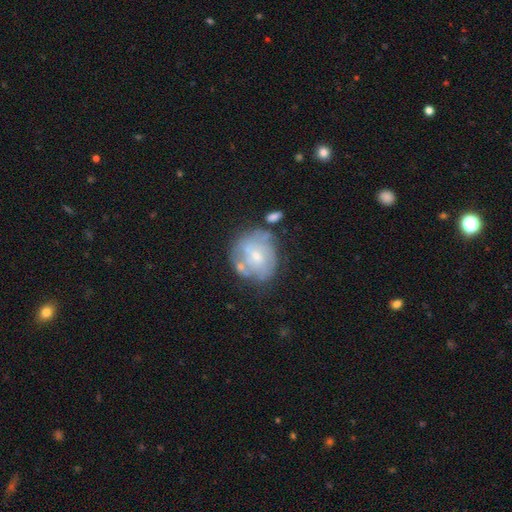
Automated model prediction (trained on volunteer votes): Smooth or featured: featured or disk — 61% (smooth — 31%)
Edge-on disk: no — 97% (yes — 3%)
Bar: no — 61% (weak — 33%)
Spiral arms: yes — 61% (no — 39%)
Bulge size: small — 54% (moderate — 40%)
Merging: none — 53% (minor disturbance — 23%)